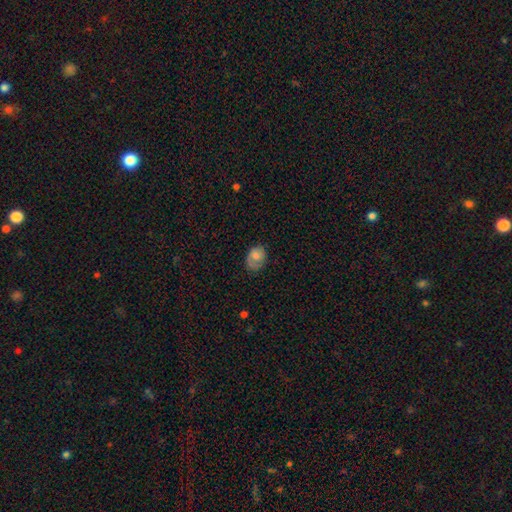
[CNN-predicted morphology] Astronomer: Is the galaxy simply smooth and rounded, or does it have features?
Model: smooth — 66%.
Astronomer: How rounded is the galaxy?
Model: in between — 62%.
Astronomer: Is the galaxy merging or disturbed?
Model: none — 59%.